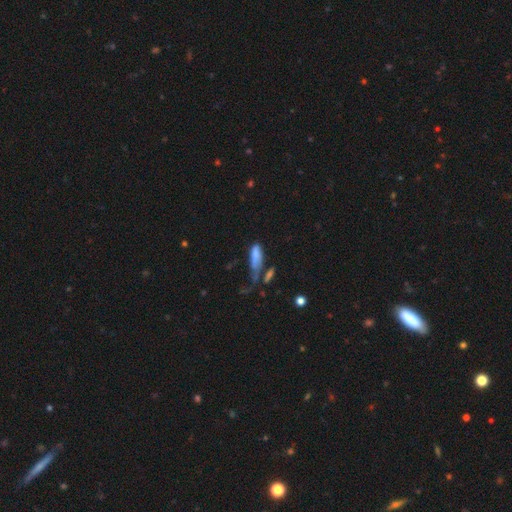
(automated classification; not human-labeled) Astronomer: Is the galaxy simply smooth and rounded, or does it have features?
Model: smooth — 72%.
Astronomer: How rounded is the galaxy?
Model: in between — 66%.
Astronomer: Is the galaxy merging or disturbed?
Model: major disturbance — 33% (runner-up: minor disturbance, 23%).